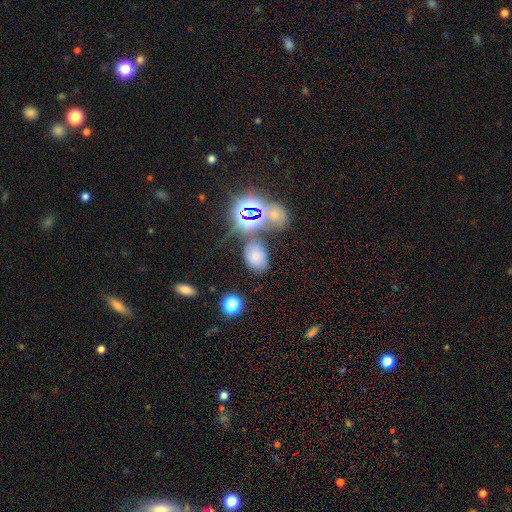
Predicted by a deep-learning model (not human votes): smooth_or_featured: smooth (p=0.51) [alt: star or artifact p=0.28]
how_rounded: in between (p=0.69) [alt: round p=0.30]
merging: none (p=0.60) [alt: minor disturbance p=0.22]